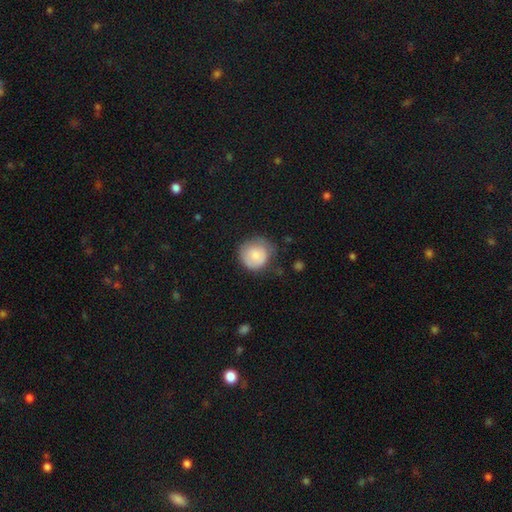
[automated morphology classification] A smooth galaxy with no disk features (76%) that is round (88%).

Vote fractions:
- Smooth or featured? smooth: 76% / featured or disk: 17% / star or artifact: 7%
- How rounded? round: 88% / in between: 11% / cigar-shaped: 1%
- Merging? none: 61% / minor disturbance: 27% / major disturbance: 10% / merger: 2%